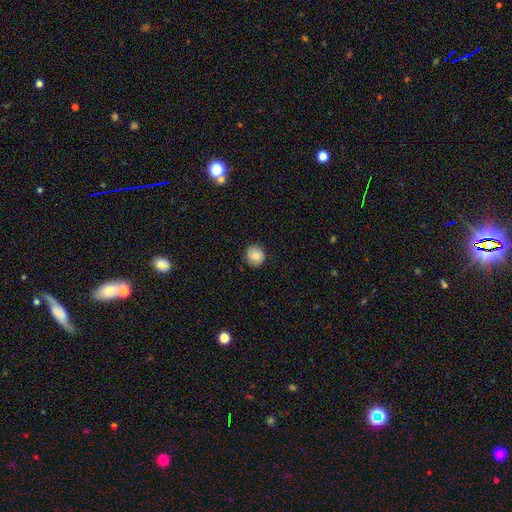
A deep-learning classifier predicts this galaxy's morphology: Q: Smooth or featured?
A: smooth (83%); runner-up: star or artifact (9%)
Q: How rounded?
A: round (89%); runner-up: in between (10%)
Q: Merging?
A: none (87%); runner-up: minor disturbance (10%)